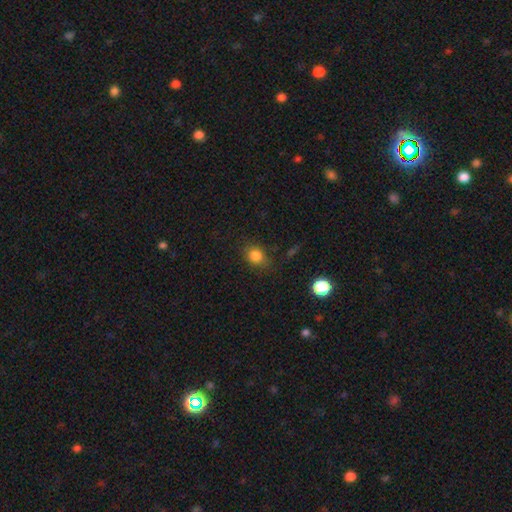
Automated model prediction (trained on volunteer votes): Smooth or featured? smooth (82%)
How rounded? round (60%)
Merging? none (77%)